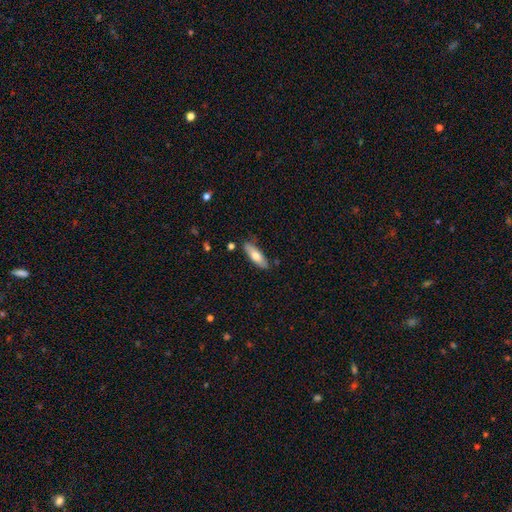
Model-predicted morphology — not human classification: This is likely a smooth galaxy (69%). How rounded: possibly in between (51%). Merging: clearly none (81%).